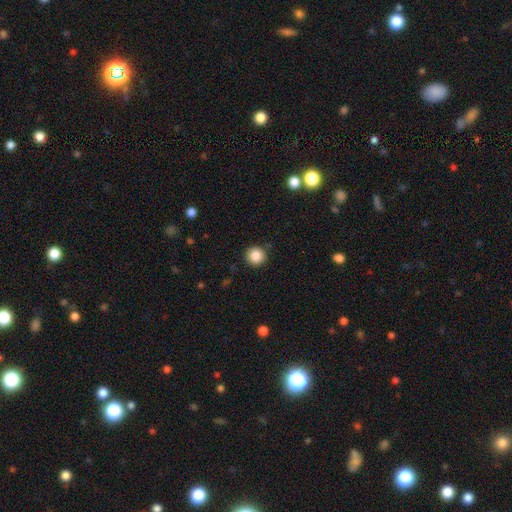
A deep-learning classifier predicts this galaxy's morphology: This is clearly a smooth galaxy (86%). How rounded: clearly round (95%). Merging: clearly none (90%).